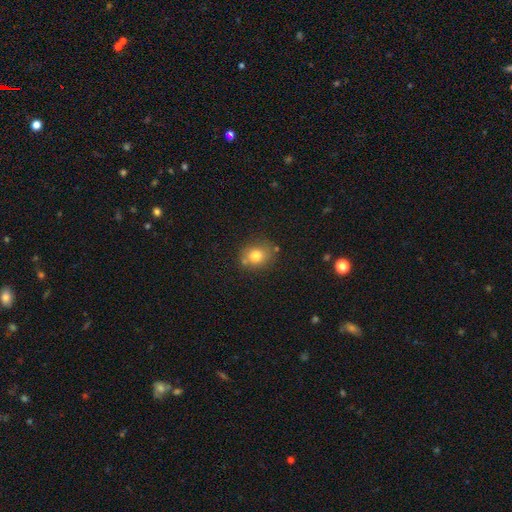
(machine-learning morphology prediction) This appears to be a smooth galaxy with no disk features (78%) that is round (66%). Merging: none (72%).